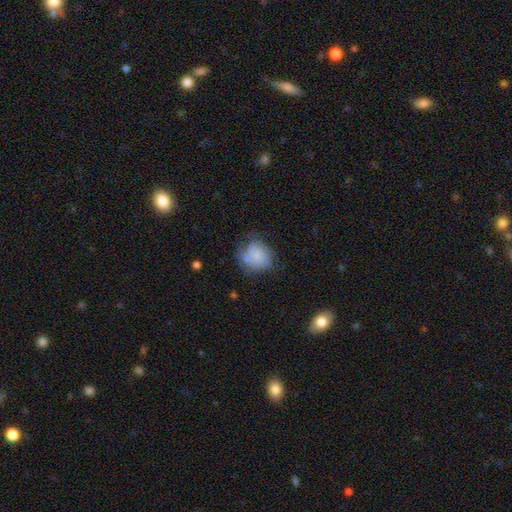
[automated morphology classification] smooth 75%, featured or disk 17%, star or artifact 8%. Down the decision tree: how rounded — round (63%); merging — none (45%).